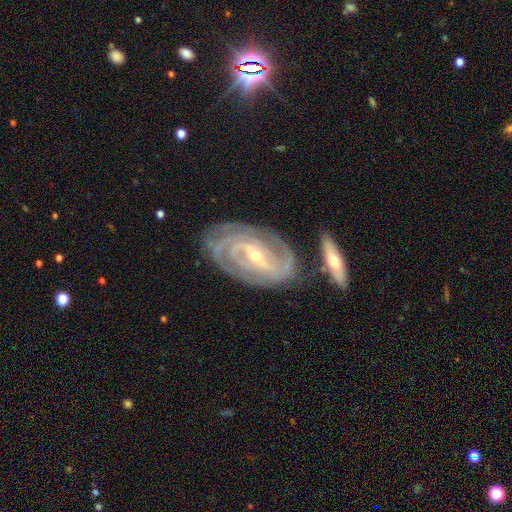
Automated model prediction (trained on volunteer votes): A featured or disk galaxy (90%) with a strong bar (44%), 2 (27%) tight (73%) spiral arms (98%) and a small central bulge (58%). Merging: none (74%).